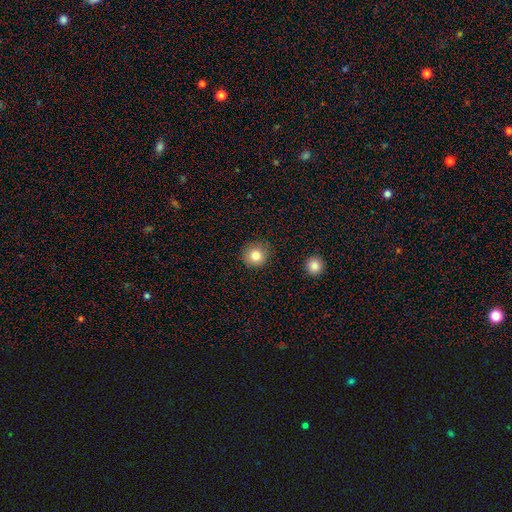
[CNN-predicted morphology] Smooth or featured? Predicted: smooth (p=0.82). How rounded? Predicted: round (p=0.92). Merging? Predicted: none (p=0.89).